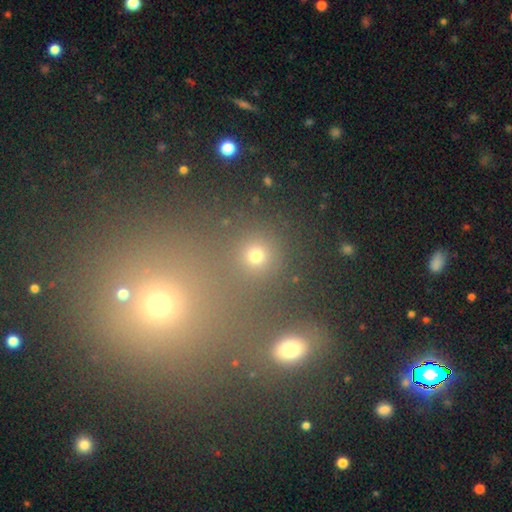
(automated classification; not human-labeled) The model was most divided on "smooth or featured": smooth: 68%, star or artifact: 26%, featured or disk: 6%. More confident: how rounded — round (91%); merging — none (84%).